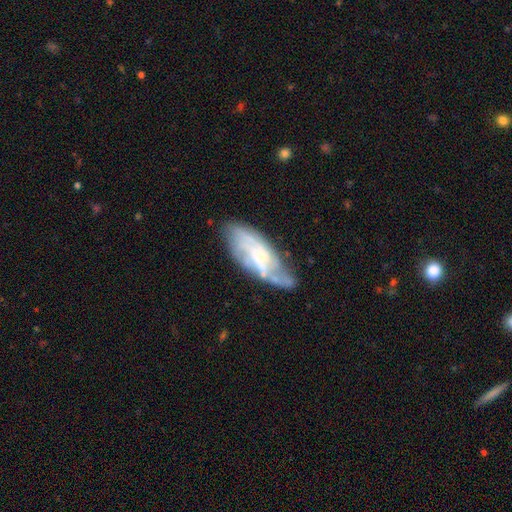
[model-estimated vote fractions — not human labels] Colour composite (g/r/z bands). It shows a featured or disk galaxy (65%) with no bar (60%), spiral arms (77%) and a small central bulge (42%). Merging: none (60%).